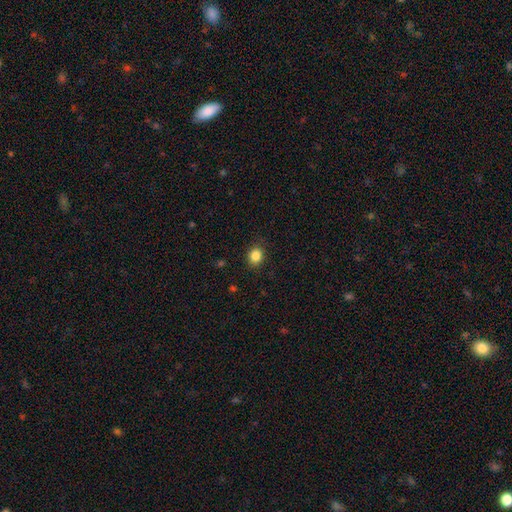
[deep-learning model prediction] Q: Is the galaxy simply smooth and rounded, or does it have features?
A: smooth — 85%.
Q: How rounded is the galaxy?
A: round — 63%.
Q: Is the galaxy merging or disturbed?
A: none — 88%.